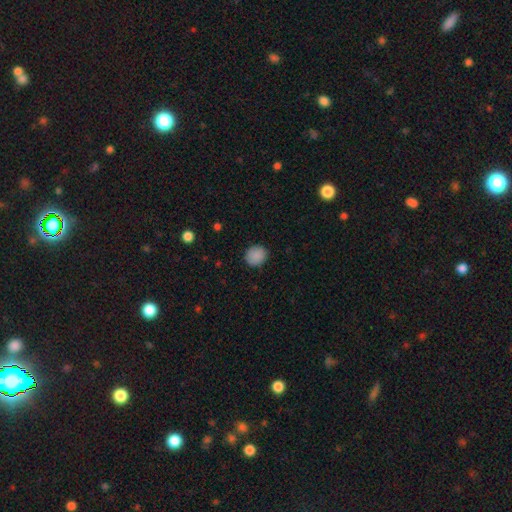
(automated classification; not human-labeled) Morphology: type=smooth (88%); roundness=round (84%); merging=none (88%).